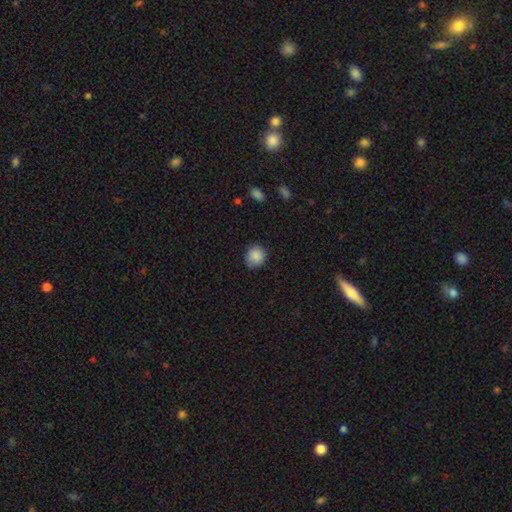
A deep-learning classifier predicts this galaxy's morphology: Smooth or featured?
  - smooth: 89% *
  - star or artifact: 8%
  - featured or disk: 3%
How rounded?
  - round: 85% *
  - in between: 14%
  - cigar-shaped: 1%
Merging?
  - none: 86% *
  - minor disturbance: 11%
  - major disturbance: 2%
  - merger: 1%